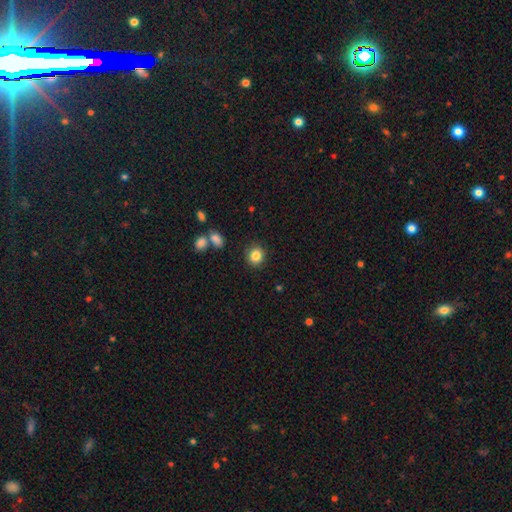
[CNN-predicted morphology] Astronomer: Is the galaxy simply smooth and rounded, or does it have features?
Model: smooth — 84%.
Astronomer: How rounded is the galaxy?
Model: round — 84%.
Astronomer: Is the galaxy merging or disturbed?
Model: none — 89%.